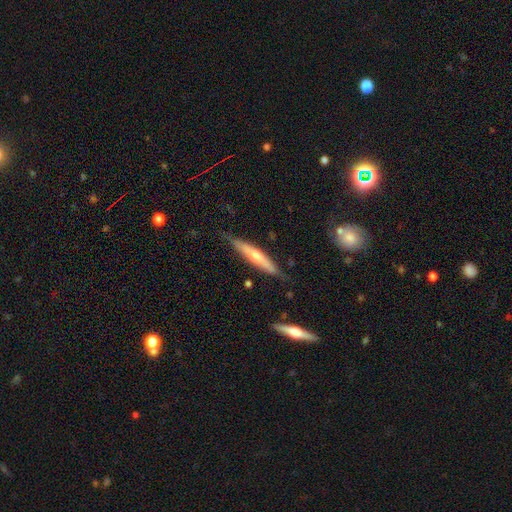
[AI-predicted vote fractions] A featured or disk galaxy (52%) viewed edge-on (90%). Merging: none (76%).